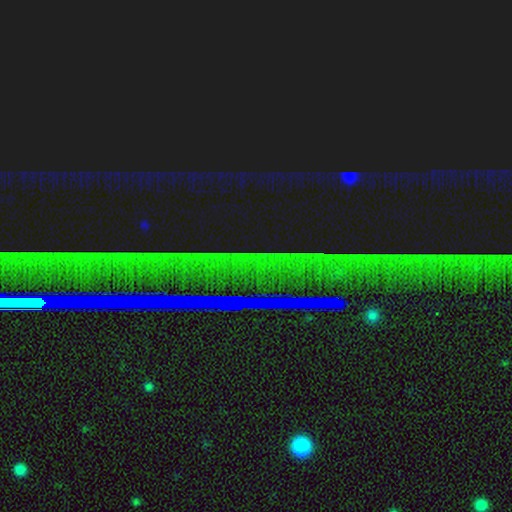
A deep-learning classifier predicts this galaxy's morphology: smooth_or_featured: star or artifact (p=0.86) [alt: featured or disk p=0.08]